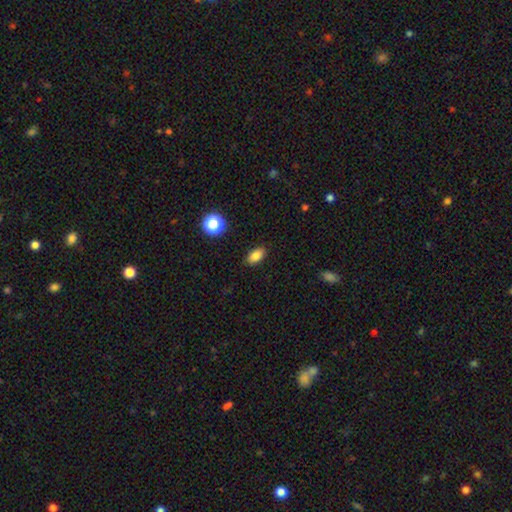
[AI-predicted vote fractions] Smooth or featured? smooth (83%)
How rounded? in between (88%)
Merging? none (88%)